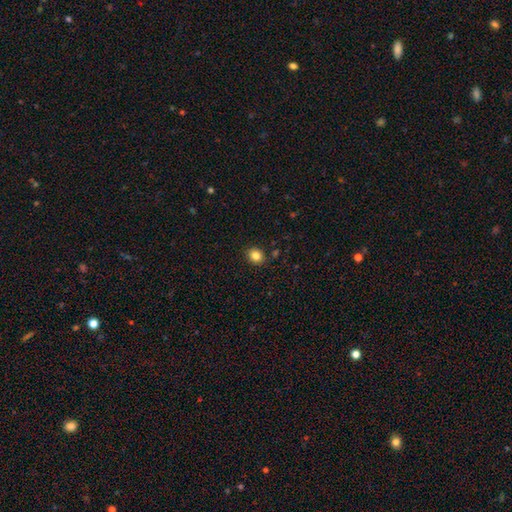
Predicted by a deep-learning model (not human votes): The model was most divided on "how rounded": round: 63%, in between: 36%, cigar-shaped: 1%. More confident: merging — none (89%); smooth or featured — smooth (84%).